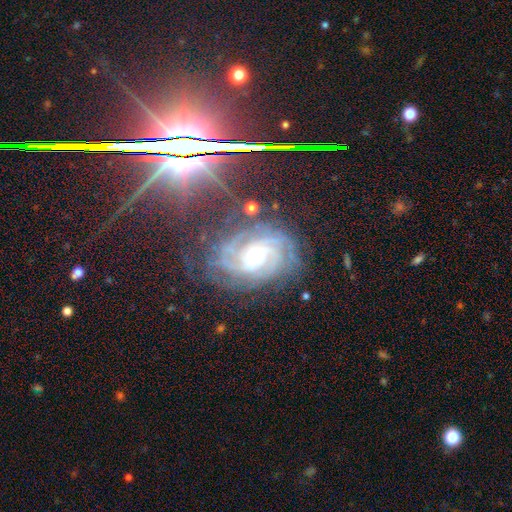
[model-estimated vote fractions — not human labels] smooth_or_featured: featured or disk (p=0.85) [alt: star or artifact p=0.10]
disk_edge_on: no (p=0.97) [alt: yes p=0.03]
bar: no (p=0.67) [alt: weak p=0.24]
has_spiral_arms: yes (p=0.98) [alt: no p=0.02]
spiral_winding: tight (p=0.72) [alt: medium p=0.24]
spiral_arm_count: can't tell (p=0.22) [tied with: 3 p=0.22]
bulge_size: small (p=0.70) [alt: moderate p=0.25]
merging: none (p=0.70) [alt: minor disturbance p=0.19]